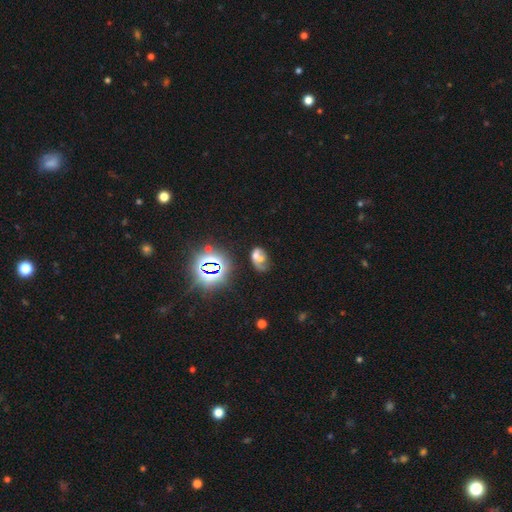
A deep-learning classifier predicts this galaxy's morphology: The model was most divided on "merging" (2-way tie): none: 28%, major disturbance: 28%, merger: 23%, minor disturbance: 21%. Remaining: smooth or featured — featured or disk (41%).